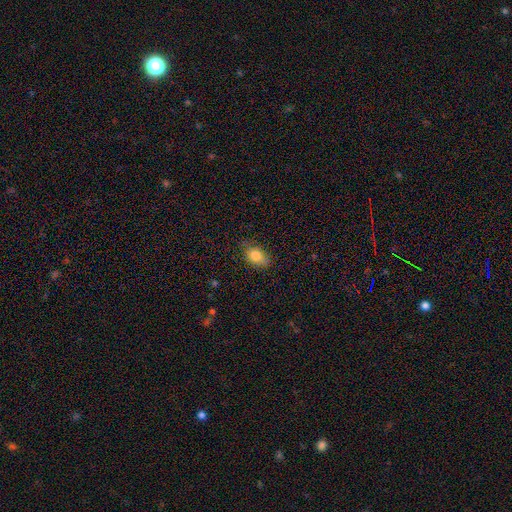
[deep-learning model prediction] Smooth or featured? smooth (83%)
How rounded? in between (82%)
Merging? none (73%)